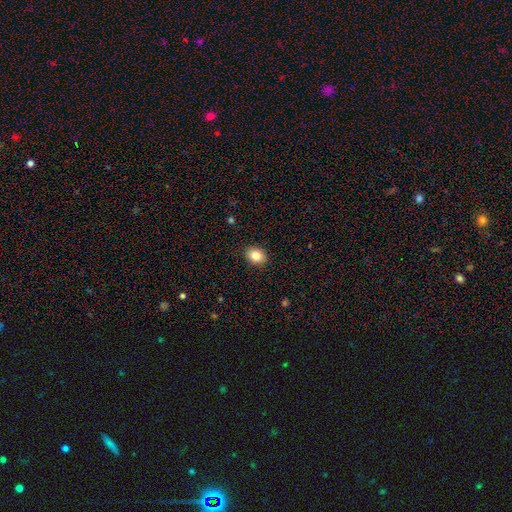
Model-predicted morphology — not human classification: type=smooth (86%); roundness=in between (69%); merging=none (90%).